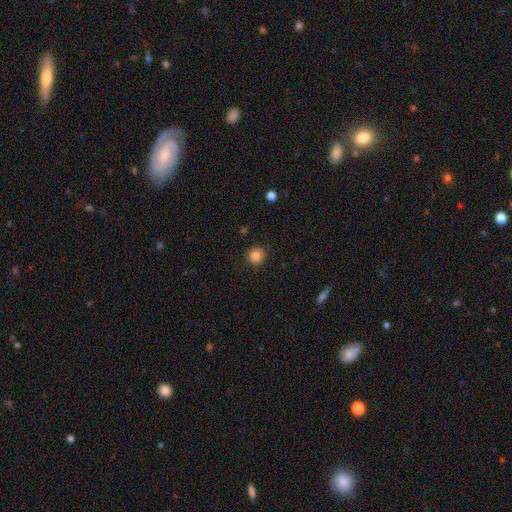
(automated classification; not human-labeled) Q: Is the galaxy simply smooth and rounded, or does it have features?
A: smooth — 85%.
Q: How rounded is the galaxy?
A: round — 92%.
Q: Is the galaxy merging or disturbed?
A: none — 90%.